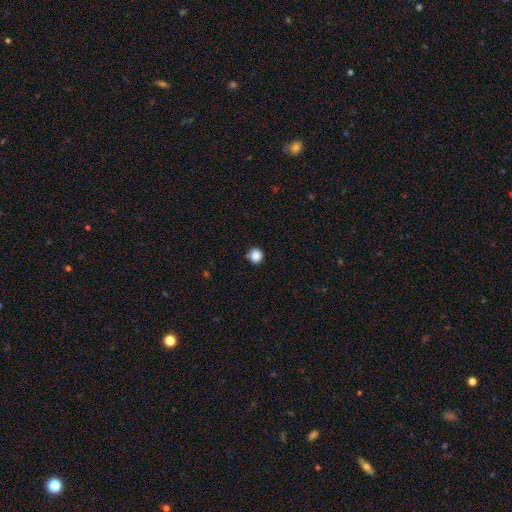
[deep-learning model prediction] A smooth galaxy with no disk features (86%) that is round (94%). Merging: none (87%).